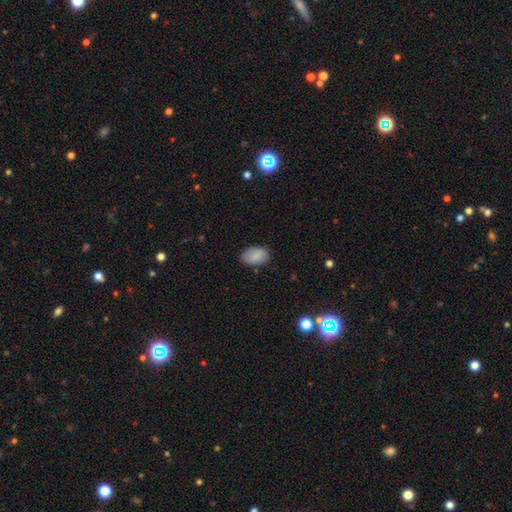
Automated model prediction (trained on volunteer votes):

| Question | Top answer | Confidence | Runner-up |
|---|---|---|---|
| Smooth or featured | smooth | 85% | featured or disk (8%) |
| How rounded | in between | 89% | round (10%) |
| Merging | none | 81% | minor disturbance (15%) |